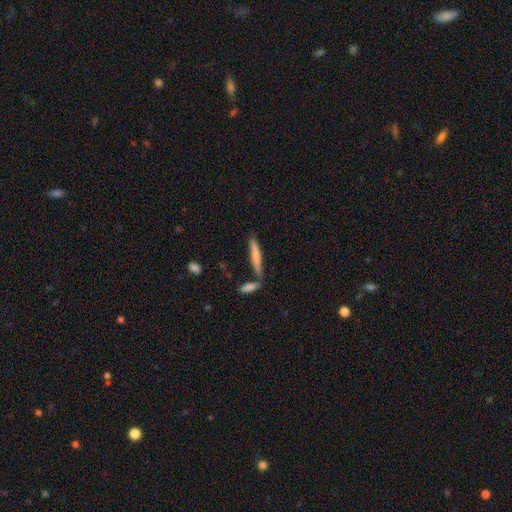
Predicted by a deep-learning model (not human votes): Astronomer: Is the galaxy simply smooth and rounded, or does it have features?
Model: smooth — 66%.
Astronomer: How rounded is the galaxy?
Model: cigar-shaped — 89%.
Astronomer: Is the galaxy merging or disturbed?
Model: none — 66%.